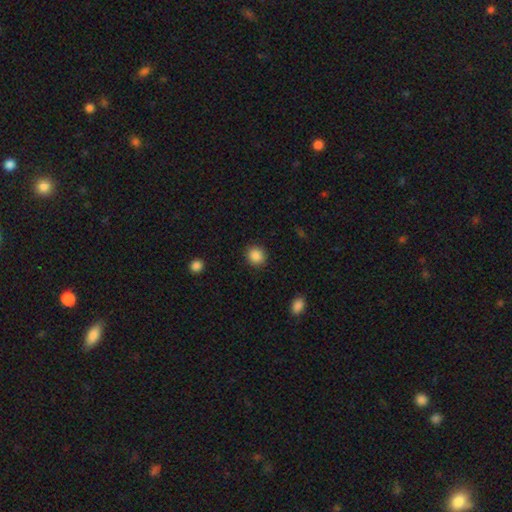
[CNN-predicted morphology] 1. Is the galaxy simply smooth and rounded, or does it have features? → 88% smooth, 9% star or artifact, 3% featured or disk.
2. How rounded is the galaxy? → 85% round, 14% in between, 1% cigar-shaped.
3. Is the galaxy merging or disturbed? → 90% none, 6% minor disturbance, 2% major disturbance, 1% merger.